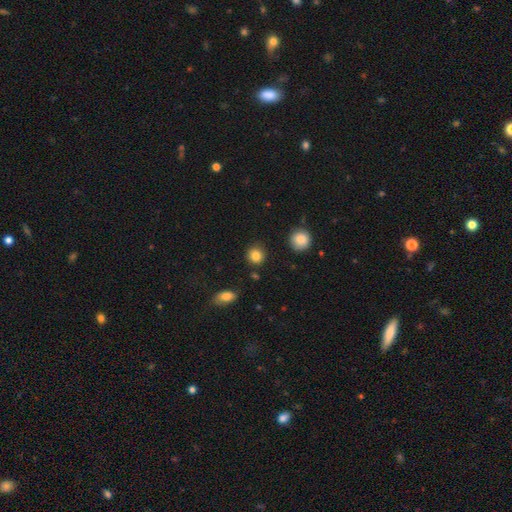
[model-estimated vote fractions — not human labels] This is clearly a smooth galaxy (85%). How rounded: clearly round (89%). Merging: clearly none (87%).